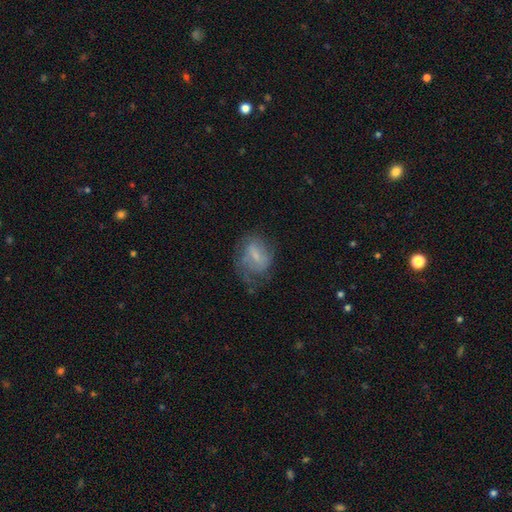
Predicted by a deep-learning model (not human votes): Q: Smooth or featured?
A: featured or disk (49%); runner-up: smooth (42%)
Q: Merging?
A: none (42%); runner-up: minor disturbance (28%)